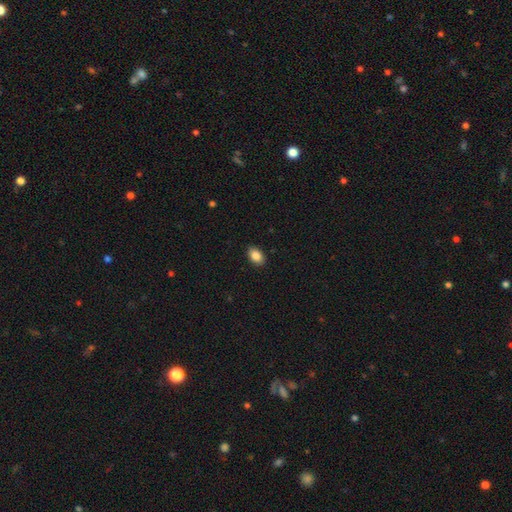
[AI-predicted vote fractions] Smooth or featured? smooth (88%)
How rounded? in between (87%)
Merging? none (88%)